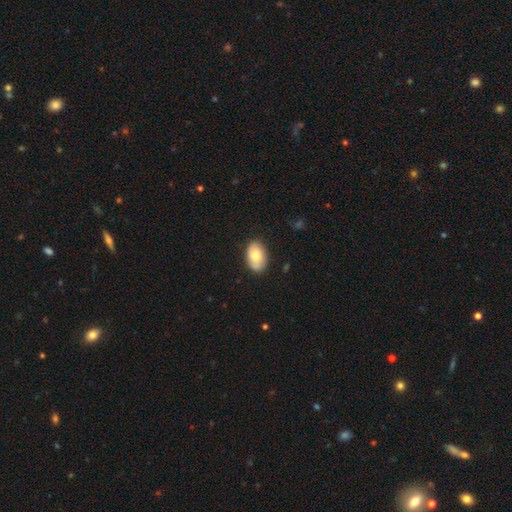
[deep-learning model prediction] Smooth or featured? smooth (74%)
How rounded? in between (89%)
Merging? none (82%)